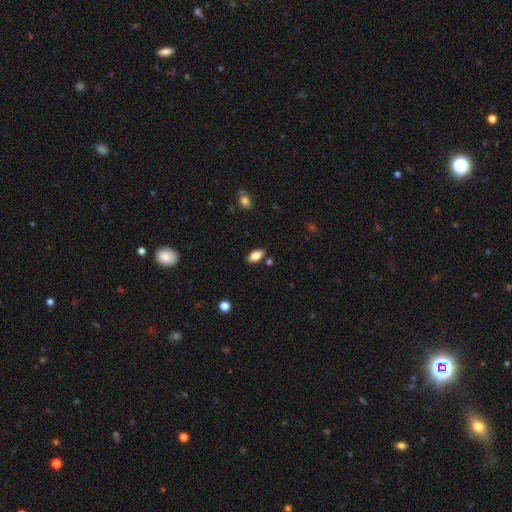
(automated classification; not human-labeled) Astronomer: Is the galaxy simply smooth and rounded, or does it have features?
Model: smooth — 85%.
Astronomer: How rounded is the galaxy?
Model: in between — 92%.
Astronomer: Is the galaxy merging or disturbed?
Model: none — 83%.